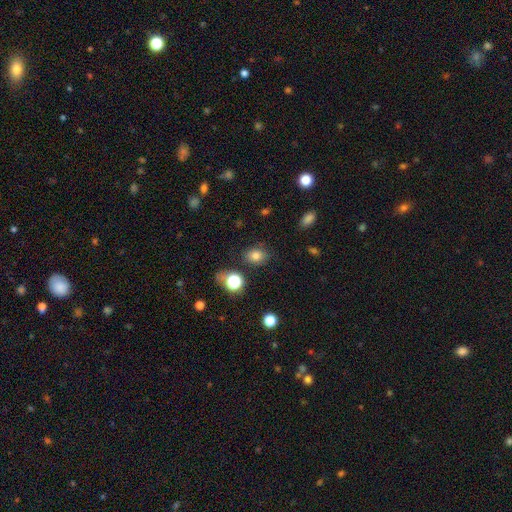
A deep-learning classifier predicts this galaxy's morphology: Overall: smooth (77%). How rounded: in between (57%; round 42%). Merging: none (81%).